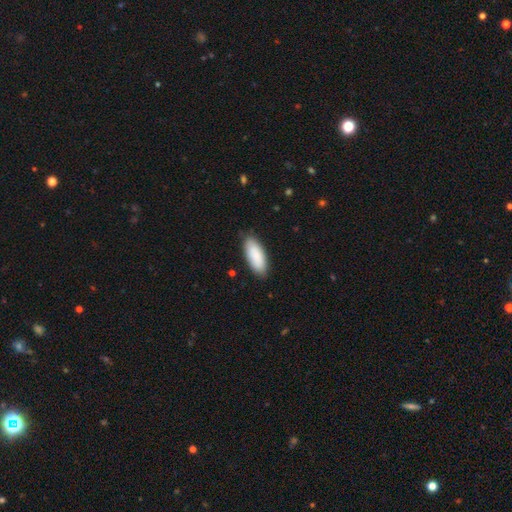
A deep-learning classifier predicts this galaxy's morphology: Smooth or featured: smooth — 88% (featured or disk — 7%)
How rounded: in between — 81% (cigar-shaped — 17%)
Merging: none — 84% (minor disturbance — 13%)